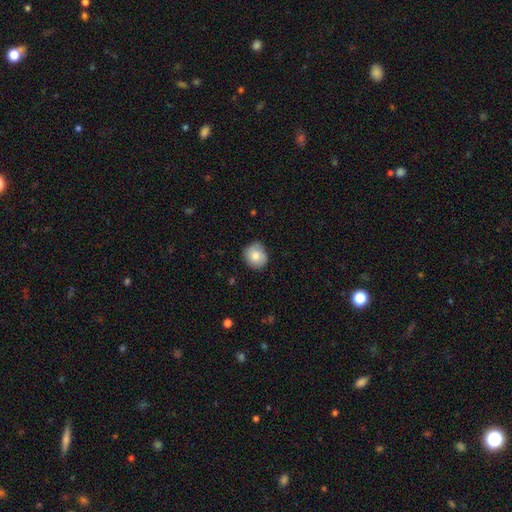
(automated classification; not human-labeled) Smooth or featured? smooth (78%)
How rounded? round (81%)
Merging? none (76%)